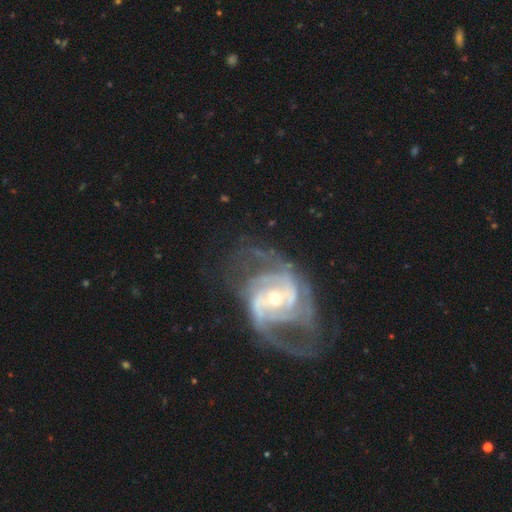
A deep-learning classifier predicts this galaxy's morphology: smooth-or-featured: featured or disk: 89% | star or artifact: 7% | smooth: 4%
  disk-edge-on: no: 97% | yes: 3%
    bar: weak: 41% | strong: 31% | no: 28%
    has-spiral-arms: yes: 97% | no: 3%
      spiral-winding: medium: 48% | tight: 35% | loose: 17%
      spiral-arm-count: 2: 59% | 3: 13% | can't tell: 12% | 4: 6% | 1: 5% | more than 4: 5%
    bulge-size: small: 52% | moderate: 42% | large: 4% | none: 1% | dominant: 1%
  merging: none: 68% | minor disturbance: 15% | major disturbance: 14% | merger: 3%